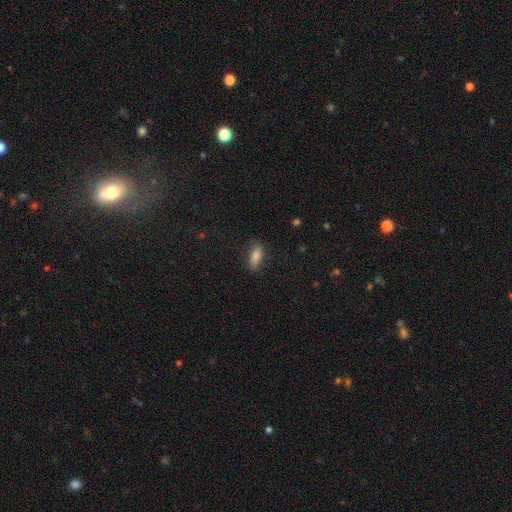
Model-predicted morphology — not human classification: Smooth or featured? smooth (79%)
How rounded? in between (73%)
Merging? none (82%)